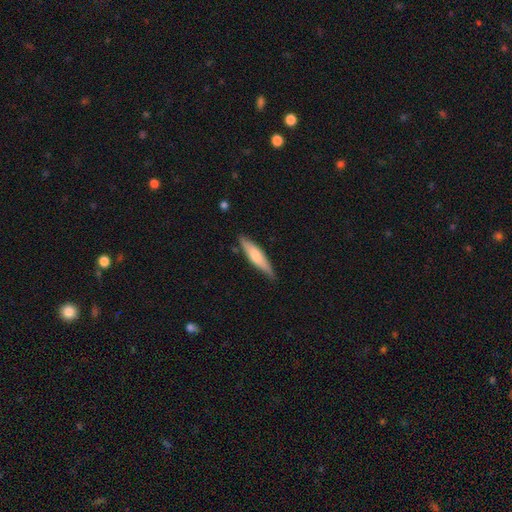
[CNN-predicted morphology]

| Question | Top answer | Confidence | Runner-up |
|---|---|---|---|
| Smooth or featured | smooth | 65% | featured or disk (30%) |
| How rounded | cigar-shaped | 79% | in between (20%) |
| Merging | none | 78% | minor disturbance (18%) |